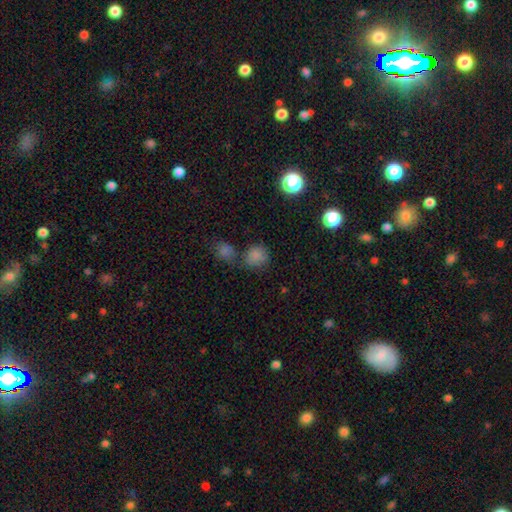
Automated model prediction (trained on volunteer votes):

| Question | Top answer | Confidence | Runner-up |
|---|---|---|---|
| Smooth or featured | smooth | 77% | star or artifact (17%) |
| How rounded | round | 78% | in between (21%) |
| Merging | none | 55% | merger (23%) |